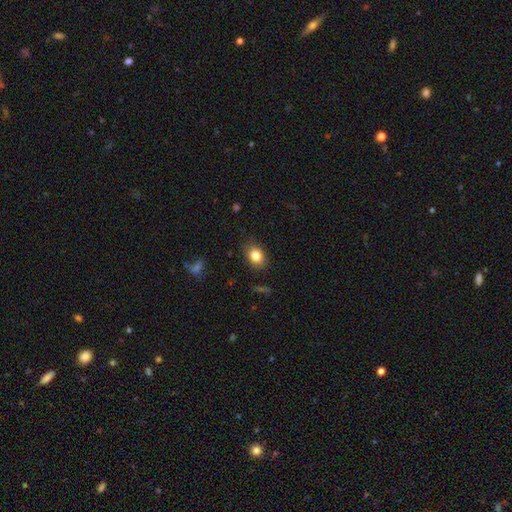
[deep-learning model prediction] Smooth or featured?
  - smooth: 83% *
  - star or artifact: 9%
  - featured or disk: 7%
How rounded?
  - in between: 64% *
  - round: 35%
  - cigar-shaped: 1%
Merging?
  - none: 82% *
  - minor disturbance: 14%
  - major disturbance: 3%
  - merger: 1%